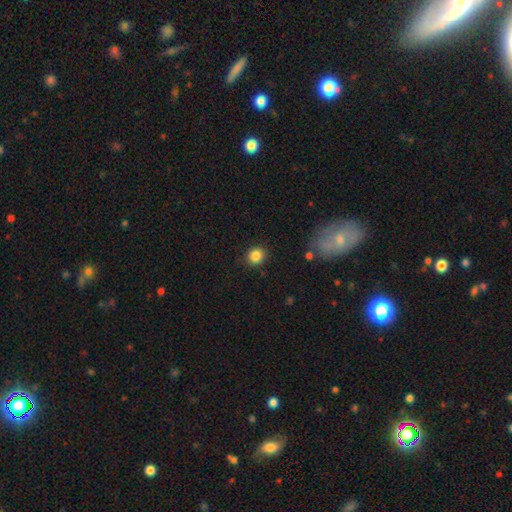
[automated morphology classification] Smooth or featured? Predicted: smooth (p=0.86). How rounded? Predicted: round (p=0.79). Merging? Predicted: none (p=0.88).